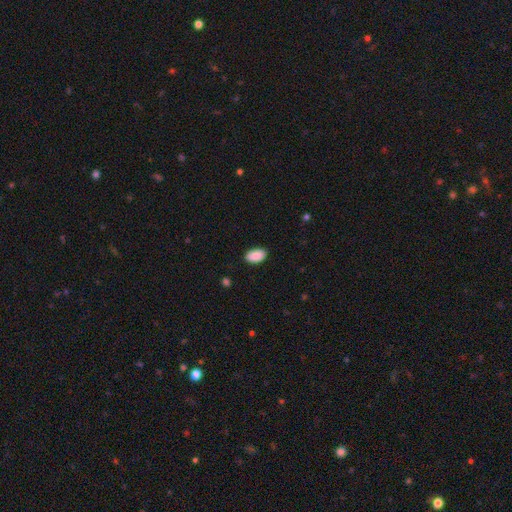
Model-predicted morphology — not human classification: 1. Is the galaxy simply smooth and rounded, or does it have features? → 90% smooth, 7% star or artifact, 3% featured or disk.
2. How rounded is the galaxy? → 94% in between, 5% round, 1% cigar-shaped.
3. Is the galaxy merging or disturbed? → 85% none, 11% minor disturbance, 2% major disturbance, 1% merger.